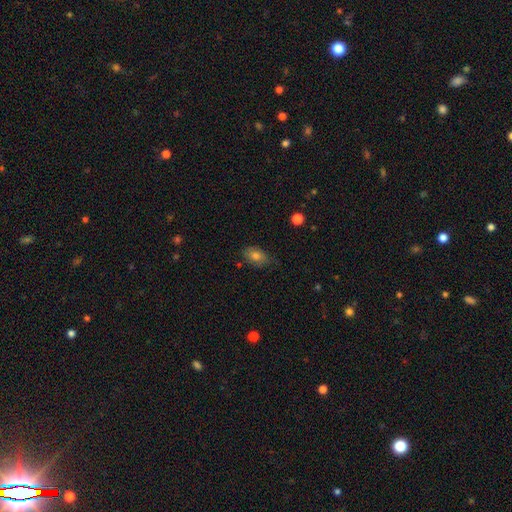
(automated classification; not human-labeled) smooth-or-featured: smooth: 77% | featured or disk: 13% | star or artifact: 10%
  how-rounded: in between: 83% | round: 15% | cigar-shaped: 2%
  merging: none: 74% | minor disturbance: 20% | major disturbance: 4% | merger: 2%